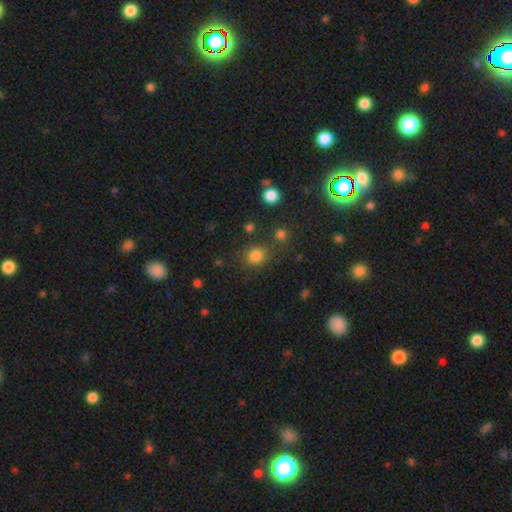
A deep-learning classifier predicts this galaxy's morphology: This is clearly a smooth galaxy (81%). How rounded: likely round (70%). Merging: likely none (75%).